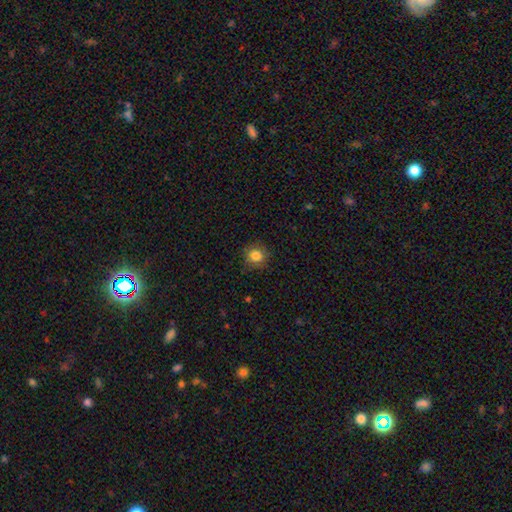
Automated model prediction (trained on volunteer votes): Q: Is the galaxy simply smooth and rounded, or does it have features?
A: smooth — 83%.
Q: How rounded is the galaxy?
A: round — 90%.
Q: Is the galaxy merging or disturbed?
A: none — 86%.